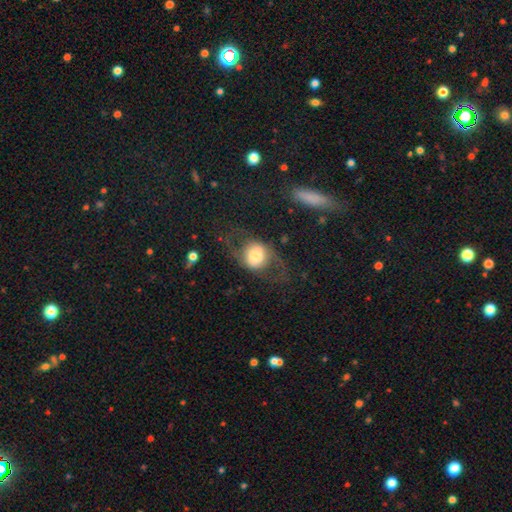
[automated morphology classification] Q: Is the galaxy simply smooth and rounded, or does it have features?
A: featured or disk — 47%.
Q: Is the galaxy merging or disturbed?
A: none — 55%.